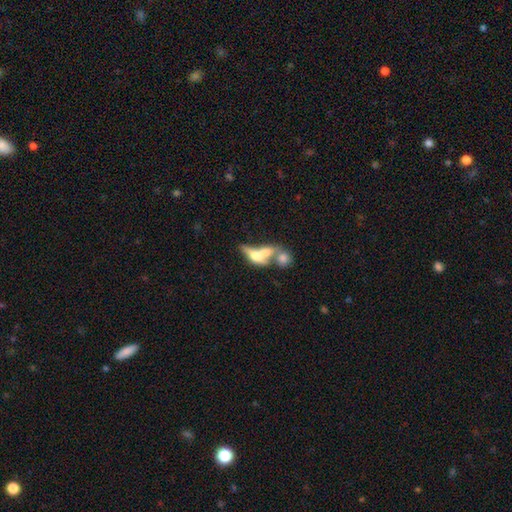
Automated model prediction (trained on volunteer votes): Smooth or featured? smooth (47%)
Merging? merger (68%)